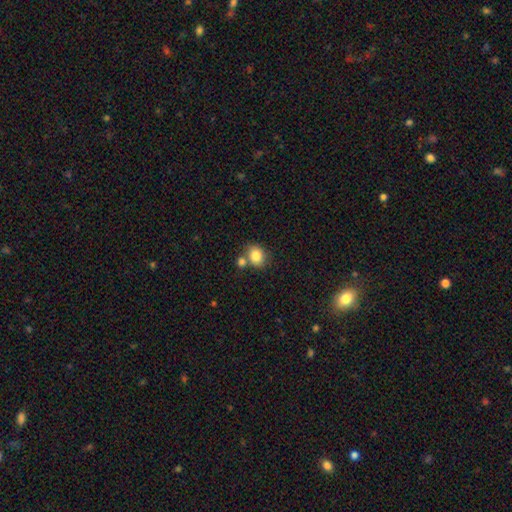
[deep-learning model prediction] A smooth galaxy with no disk features (83%) that is round (61%). Merging: none (58%).